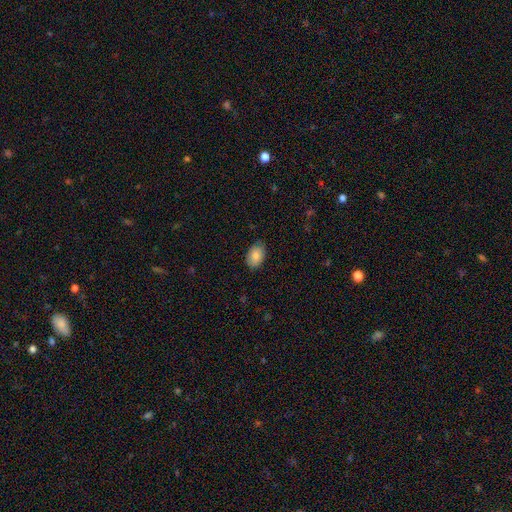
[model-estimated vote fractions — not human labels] Smooth or featured? smooth (85%)
How rounded? in between (84%)
Merging? none (78%)